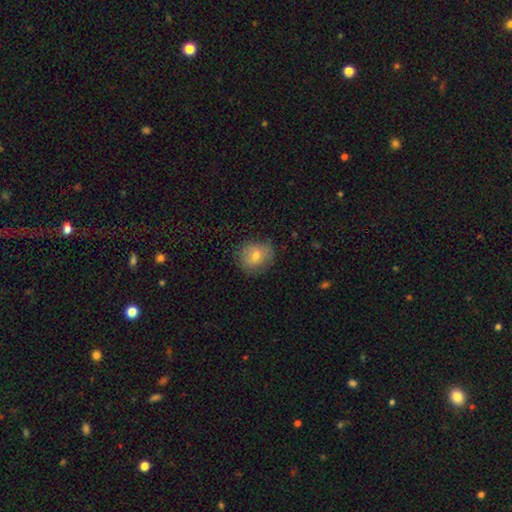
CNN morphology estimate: A smooth galaxy with no disk features (71%) that is round (74%). Merging: none (77%).